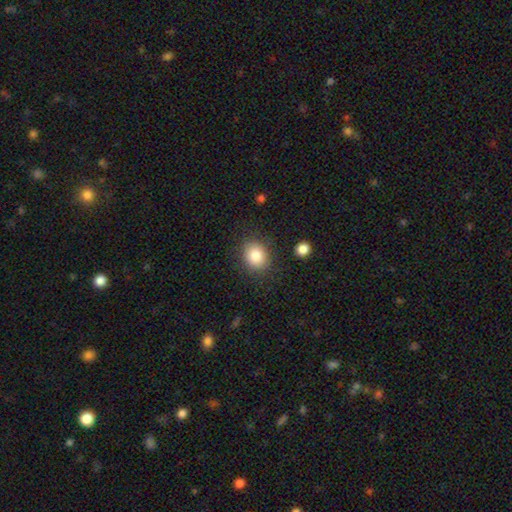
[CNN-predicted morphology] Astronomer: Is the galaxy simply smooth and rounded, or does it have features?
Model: smooth — 84%.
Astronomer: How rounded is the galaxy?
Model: round — 60% (runner-up: in between, 39%).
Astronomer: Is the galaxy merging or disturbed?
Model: none — 84%.